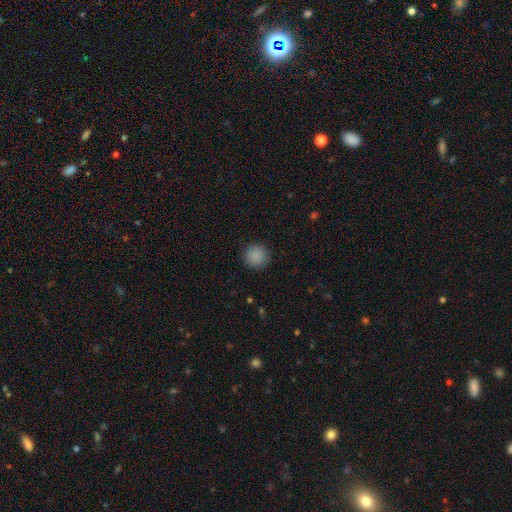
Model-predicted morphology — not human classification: Smooth or featured? smooth (88%)
How rounded? round (94%)
Merging? none (90%)